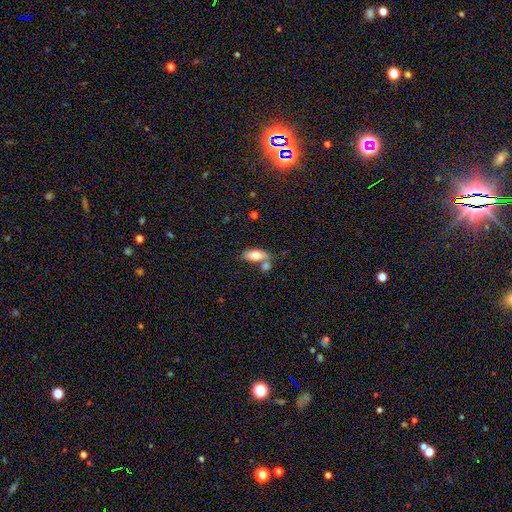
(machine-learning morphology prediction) Q: Smooth or featured?
A: smooth (72%); runner-up: featured or disk (21%)
Q: How rounded?
A: in between (83%); runner-up: cigar-shaped (14%)
Q: Merging?
A: none (52%); runner-up: merger (30%)